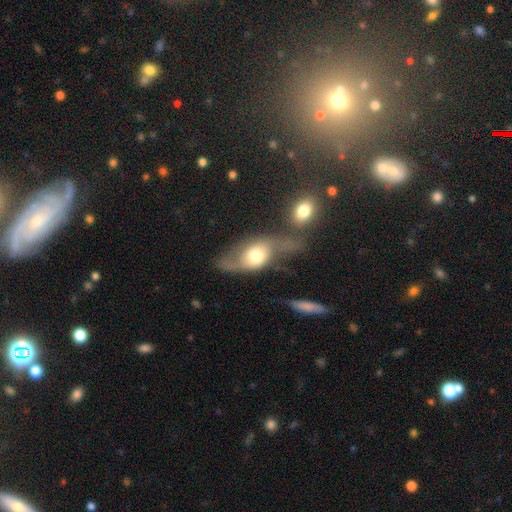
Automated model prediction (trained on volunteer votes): A featured or disk galaxy (50%).

Vote fractions:
- Smooth or featured? featured or disk: 50% / smooth: 42% / star or artifact: 7%
- Edge-on disk? no: 81% / yes: 19%
- Merging? merger: 31% / none: 28% / major disturbance: 23% / minor disturbance: 18%